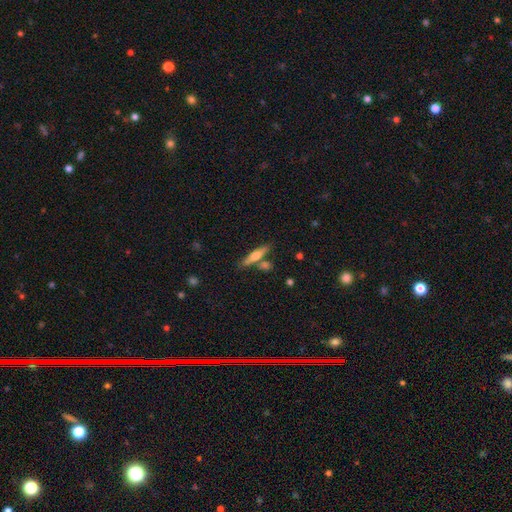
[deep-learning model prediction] Smooth or featured?
  - featured or disk: 49% *
  - smooth: 44%
  - star or artifact: 6%
Merging?
  - none: 74% *
  - merger: 13%
  - minor disturbance: 10%
  - major disturbance: 3%